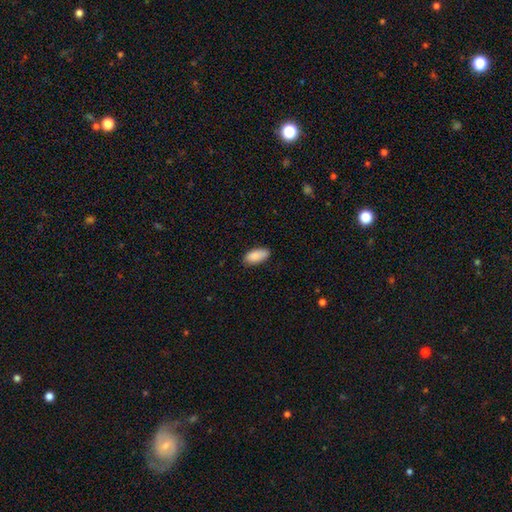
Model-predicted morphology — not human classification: This is clearly a smooth galaxy (89%). How rounded: clearly in between (90%). Merging: clearly none (82%).